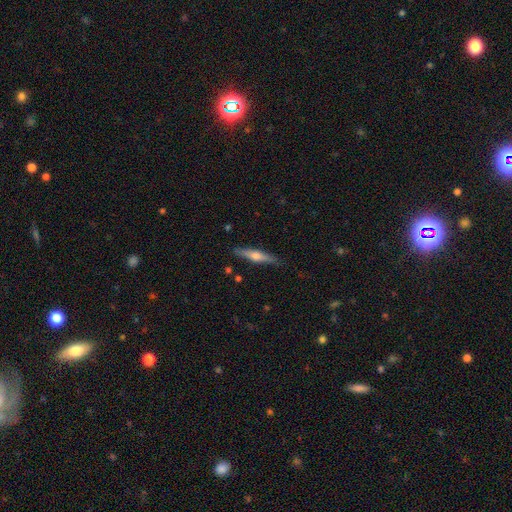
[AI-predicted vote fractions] smooth_or_featured: featured or disk (p=0.54) [alt: smooth p=0.40]
disk_edge_on: yes (p=0.95) [alt: no p=0.05]
edge_on_bulge: rounded (p=0.86) [alt: none p=0.08]
merging: none (p=0.87) [alt: minor disturbance p=0.10]